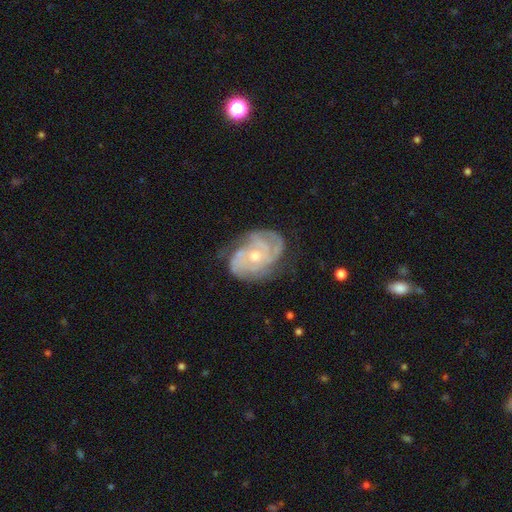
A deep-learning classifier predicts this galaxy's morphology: type=featured or disk (87%); edge-on=no (97%); bar=no (74%); spiral arms=yes (96%); winding=tight (64%); arm count=3 (30%); bulge=small (54%); merging=none (68%).